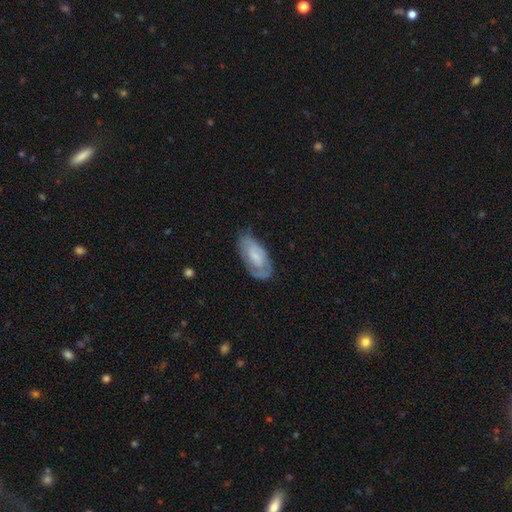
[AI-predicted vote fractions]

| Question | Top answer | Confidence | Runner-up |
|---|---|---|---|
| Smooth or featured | featured or disk | 57% | smooth (37%) |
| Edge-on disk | no | 92% | yes (8%) |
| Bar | no | 51% | weak (39%) |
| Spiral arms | yes | 73% | no (27%) |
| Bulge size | small | 57% | moderate (26%) |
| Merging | none | 66% | minor disturbance (24%) |